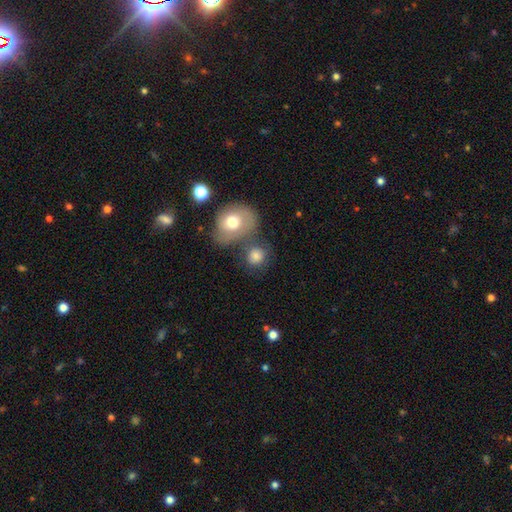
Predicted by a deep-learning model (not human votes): Morphology: type=smooth (79%); roundness=round (77%); merging=none (52%).